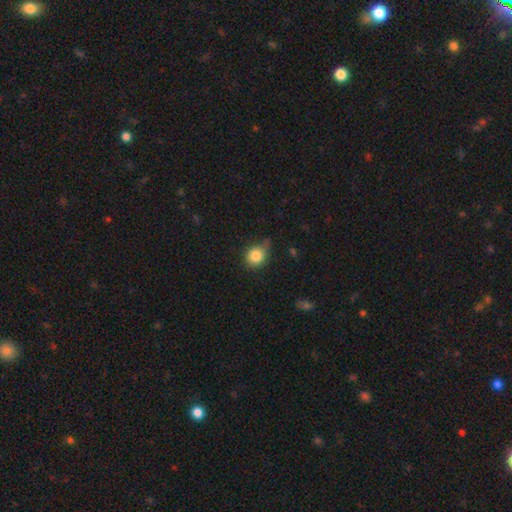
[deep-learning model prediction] Q: Smooth or featured?
A: smooth (84%); runner-up: star or artifact (10%)
Q: How rounded?
A: round (83%); runner-up: in between (16%)
Q: Merging?
A: none (56%); runner-up: minor disturbance (32%)